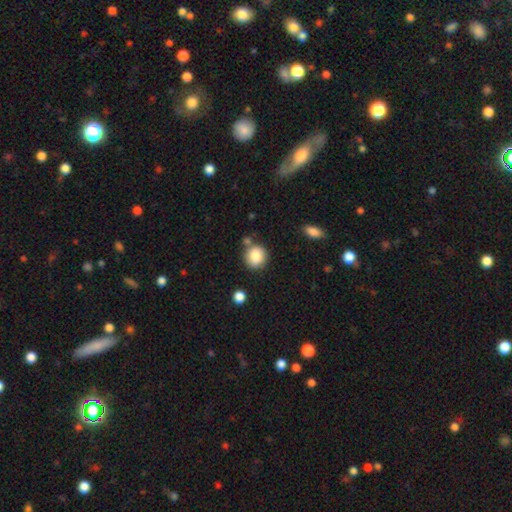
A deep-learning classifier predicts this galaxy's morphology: smooth 84%, star or artifact 9%, featured or disk 7%. Down the decision tree: how rounded — round (84%); merging — none (73%).